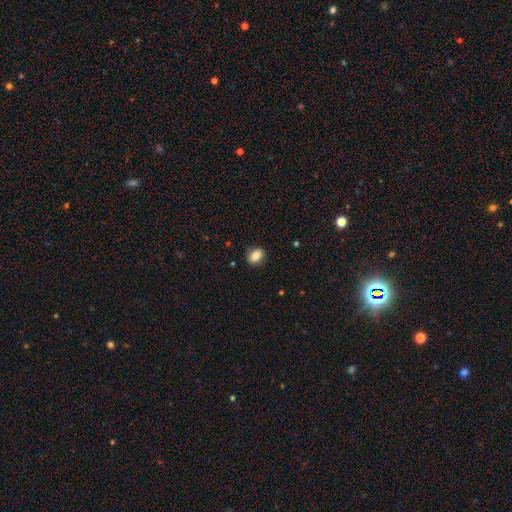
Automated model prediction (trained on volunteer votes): Smooth or featured? smooth (85%)
How rounded? in between (68%)
Merging? none (87%)